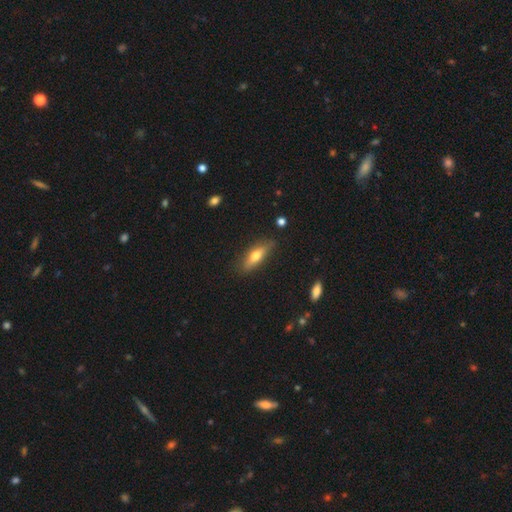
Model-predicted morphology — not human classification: A smooth galaxy with no disk features (61%) that is cigar-shaped (50%).

Vote fractions:
- Smooth or featured? smooth: 61% / featured or disk: 32% / star or artifact: 7%
- How rounded? cigar-shaped: 50% / in between: 47% / round: 3%
- Merging? none: 81% / minor disturbance: 14% / major disturbance: 3% / merger: 2%